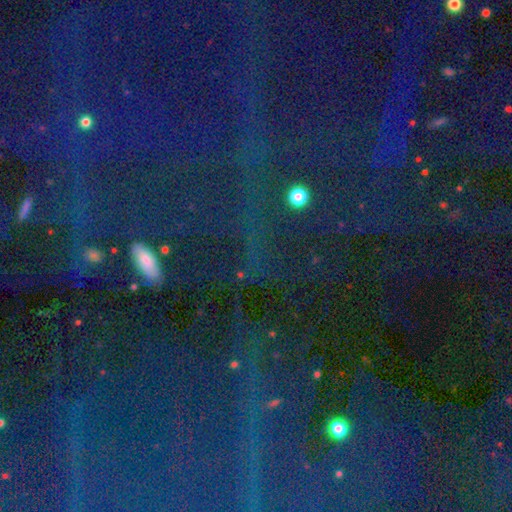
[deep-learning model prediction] smooth-or-featured: star or artifact: 74% | smooth: 16% | featured or disk: 11%